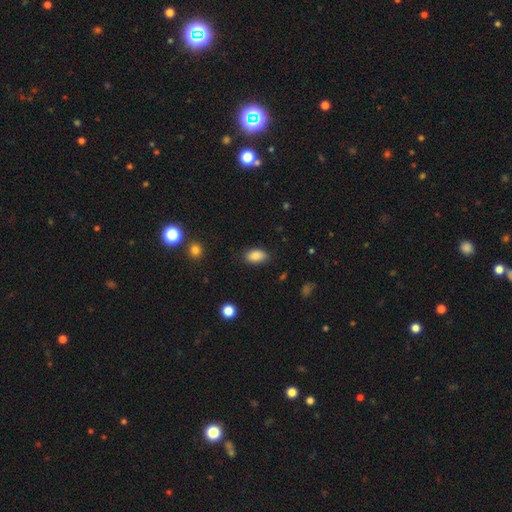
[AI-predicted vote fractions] This appears to be a smooth galaxy with no disk features (87%) that is in between round and cigar-shaped (90%). Merging: none (83%).